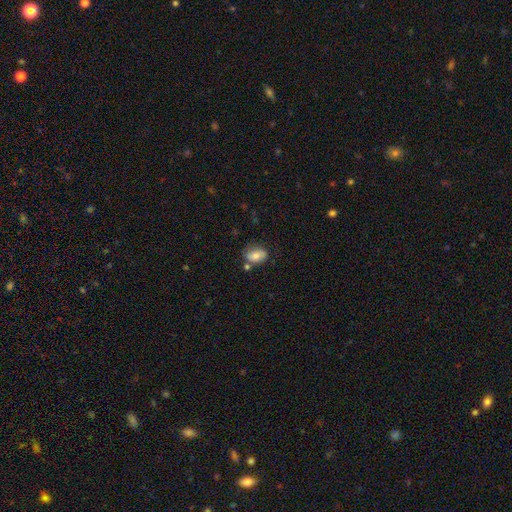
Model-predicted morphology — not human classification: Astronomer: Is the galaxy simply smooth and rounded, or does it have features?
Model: smooth — 69%.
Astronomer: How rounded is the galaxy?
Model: in between — 74%.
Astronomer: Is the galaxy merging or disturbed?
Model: none — 66%.